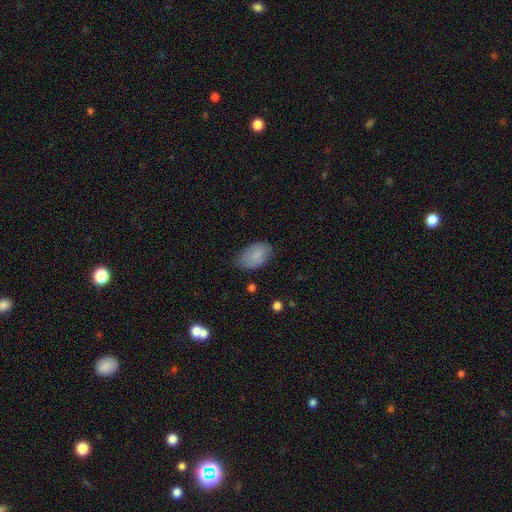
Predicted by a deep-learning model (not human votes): Morphology: type=smooth (85%); roundness=in between (93%); merging=none (72%).